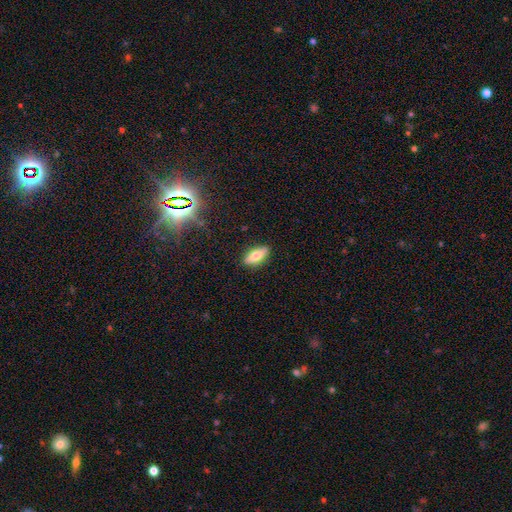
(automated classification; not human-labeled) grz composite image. It shows a smooth galaxy with no disk features (59%) that is in between round and cigar-shaped (67%). Merging: none (87%).